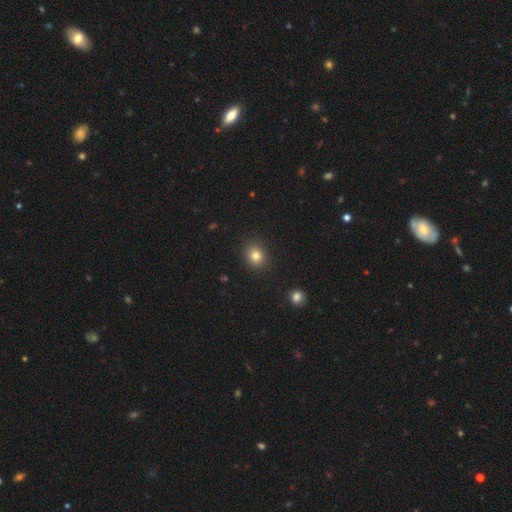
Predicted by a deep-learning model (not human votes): This is clearly a smooth galaxy (81%). How rounded: likely round (67%). Merging: clearly none (89%).